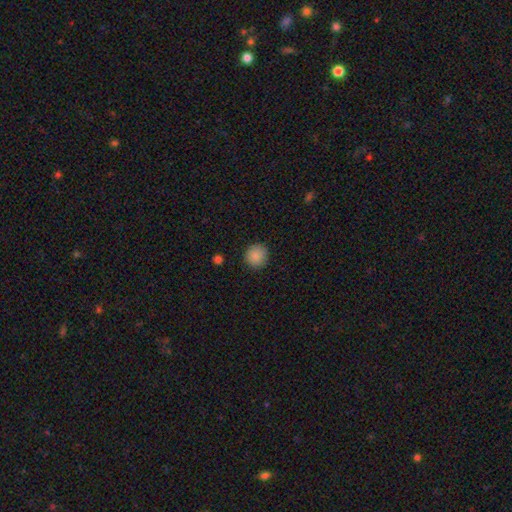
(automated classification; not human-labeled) The model was most divided on "smooth or featured": smooth: 88%, star or artifact: 9%, featured or disk: 3%. More confident: how rounded — round (93%); merging — none (90%).